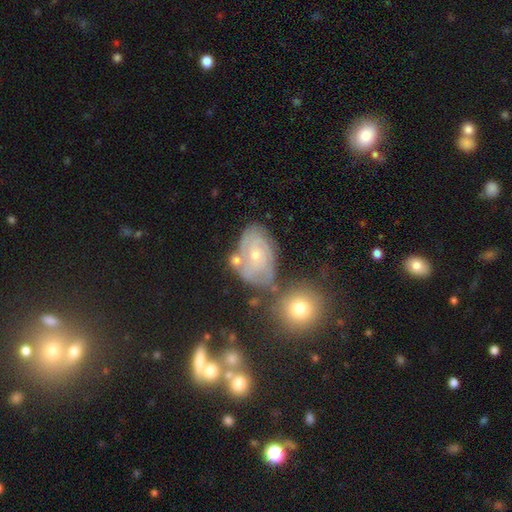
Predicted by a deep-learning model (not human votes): This is likely a featured or disk galaxy (70%). It is clearly not viewed edge-on (96%). Bar: likely no (76%). Spiral arm pattern: clearly yes (83%). Spiral arm count: possibly can't tell (49%). Spiral winding: likely tight (64%). Central bulge: likely small (66%). Merging: possibly none (56%).